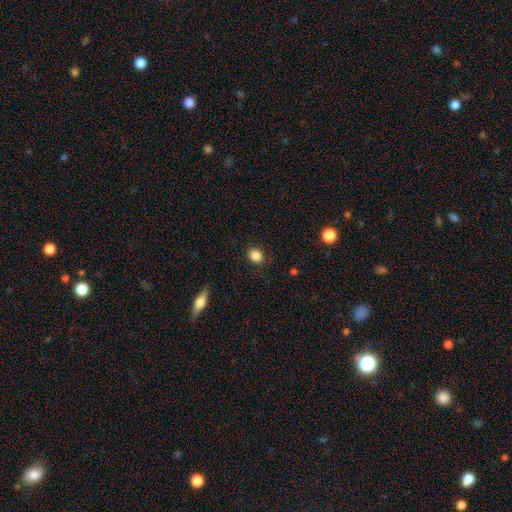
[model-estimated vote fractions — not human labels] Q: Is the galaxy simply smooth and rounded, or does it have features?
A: smooth — 87%.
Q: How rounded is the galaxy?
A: round — 64%.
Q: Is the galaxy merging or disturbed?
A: none — 86%.